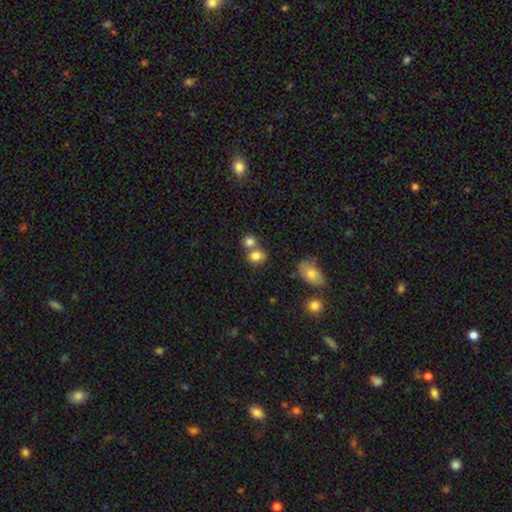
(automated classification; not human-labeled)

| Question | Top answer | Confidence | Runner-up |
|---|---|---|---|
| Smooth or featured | smooth | 80% | star or artifact (10%) |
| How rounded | in between | 50% | round (49%) |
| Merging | none | 43% | merger (42%) |